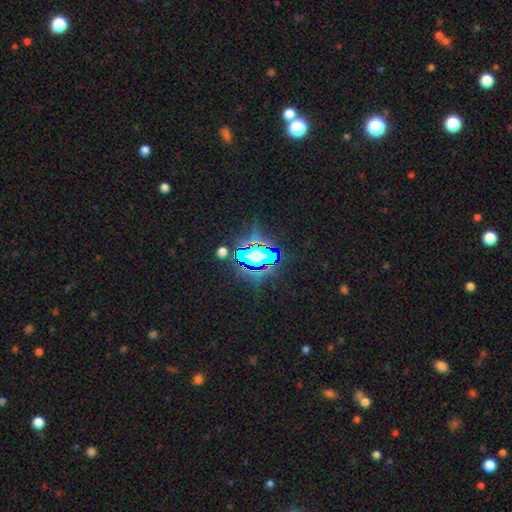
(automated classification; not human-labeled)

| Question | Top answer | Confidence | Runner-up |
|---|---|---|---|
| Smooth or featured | star or artifact | 62% | smooth (23%) |